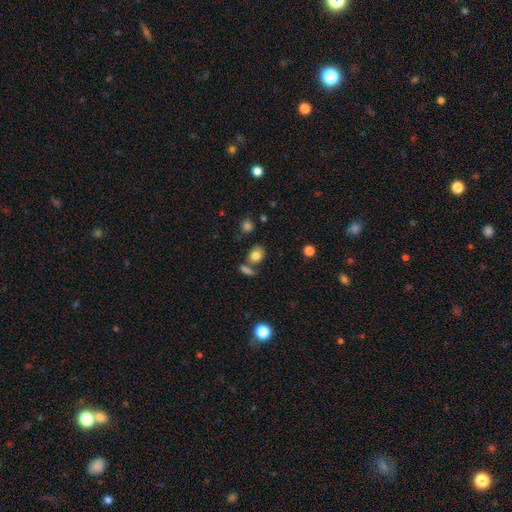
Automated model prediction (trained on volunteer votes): Smooth or featured: smooth — 81% (star or artifact — 11%)
How rounded: in between — 56% (round — 42%)
Merging: none — 61% (merger — 20%)